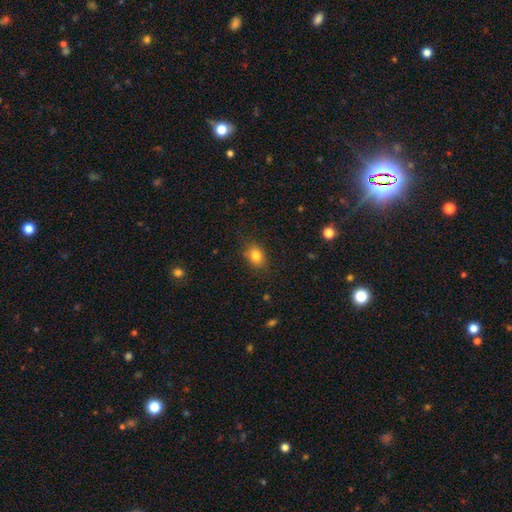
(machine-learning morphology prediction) smooth 81%, star or artifact 11%, featured or disk 8%. Down the decision tree: how rounded — in between (63%); merging — none (81%).